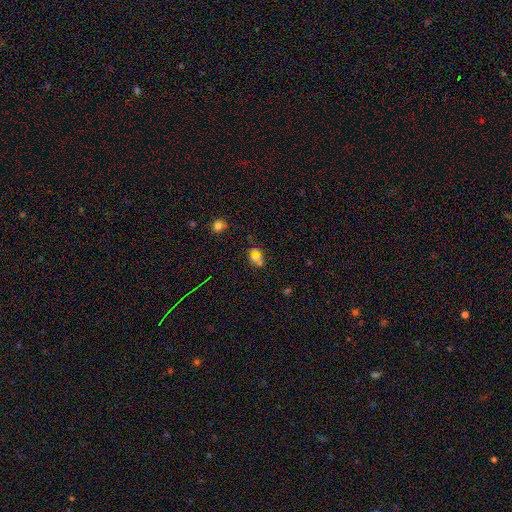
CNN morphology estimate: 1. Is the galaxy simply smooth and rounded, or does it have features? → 55% smooth, 27% star or artifact, 18% featured or disk.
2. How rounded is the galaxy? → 55% round, 43% in between, 3% cigar-shaped.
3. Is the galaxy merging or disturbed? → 64% none, 17% merger, 13% minor disturbance, 5% major disturbance.